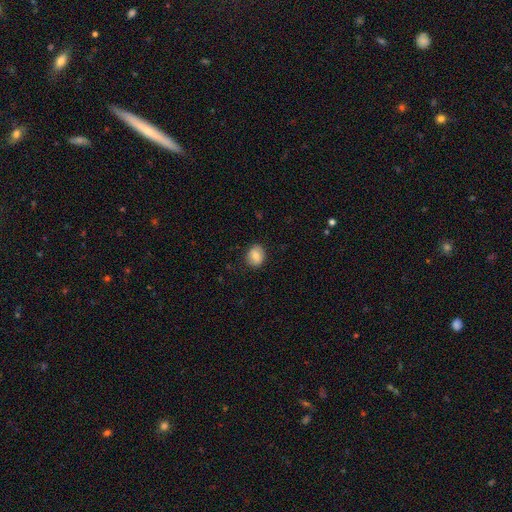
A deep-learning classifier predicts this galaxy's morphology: Q: Smooth or featured?
A: smooth (76%); runner-up: featured or disk (16%)
Q: How rounded?
A: round (61%); runner-up: in between (38%)
Q: Merging?
A: none (85%); runner-up: minor disturbance (11%)